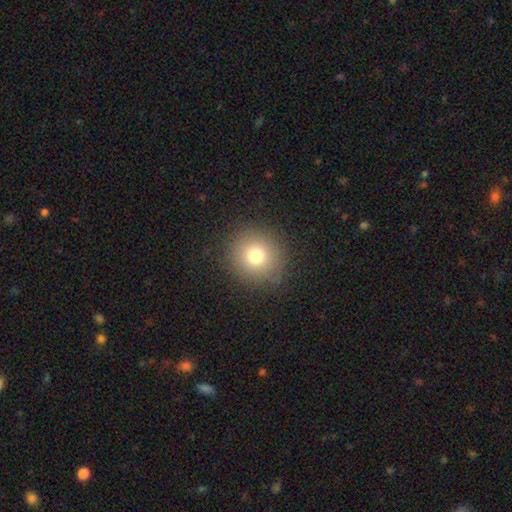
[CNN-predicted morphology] Smooth or featured? smooth (77%)
How rounded? round (92%)
Merging? none (88%)